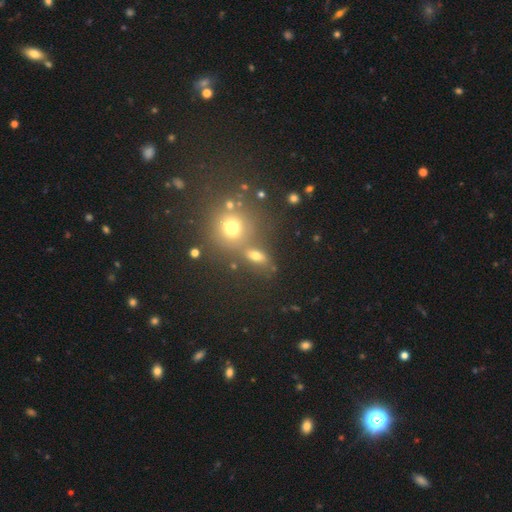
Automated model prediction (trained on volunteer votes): Smooth or featured? smooth (68%)
How rounded? in between (60%)
Merging? none (60%)